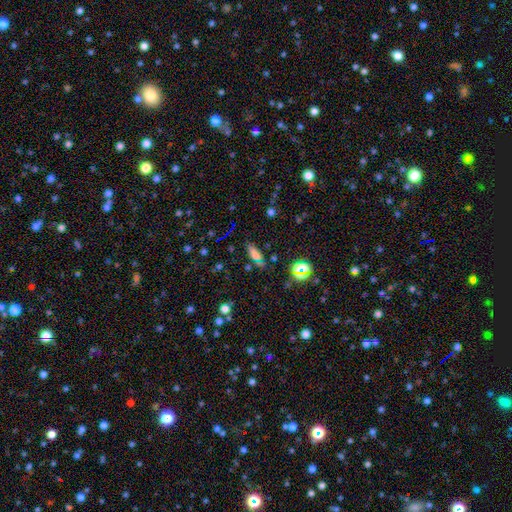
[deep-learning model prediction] A smooth galaxy with no disk features (67%) that is in between round and cigar-shaped (55%).

Vote fractions:
- Smooth or featured? smooth: 67% / star or artifact: 21% / featured or disk: 12%
- How rounded? in between: 55% / cigar-shaped: 39% / round: 5%
- Merging? none: 73% / minor disturbance: 16% / merger: 6% / major disturbance: 5%